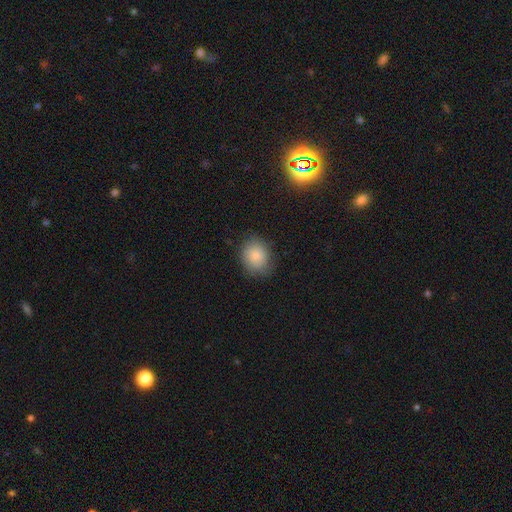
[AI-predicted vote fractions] This appears to be a smooth galaxy with no disk features (84%) that is round (61%). Merging: none (79%).